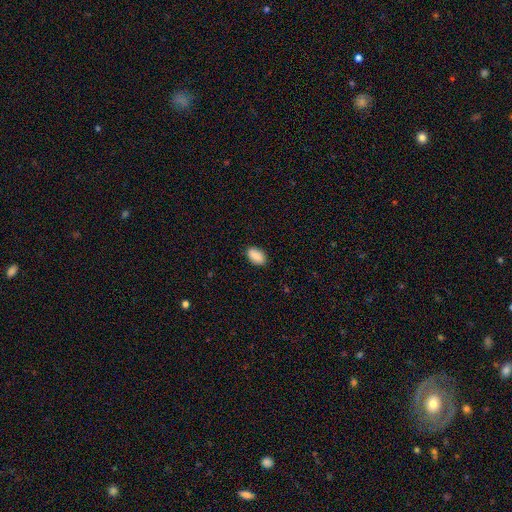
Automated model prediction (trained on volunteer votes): smooth-or-featured: smooth: 87% | star or artifact: 7% | featured or disk: 6%
  how-rounded: in between: 92% | round: 6% | cigar-shaped: 2%
  merging: none: 86% | minor disturbance: 10% | major disturbance: 2% | merger: 1%